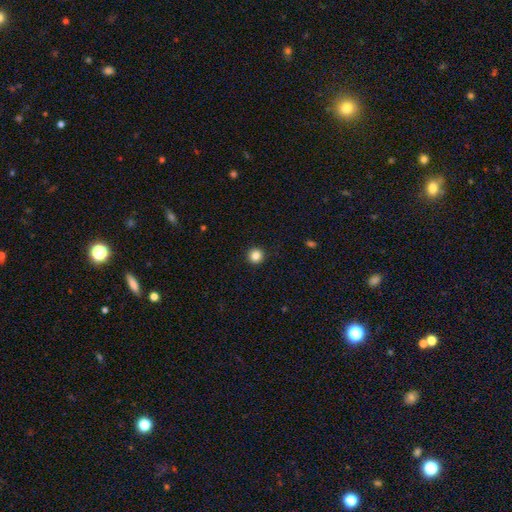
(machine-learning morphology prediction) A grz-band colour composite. It shows a smooth galaxy with no disk features (85%) that is round (95%). Merging: none (93%).